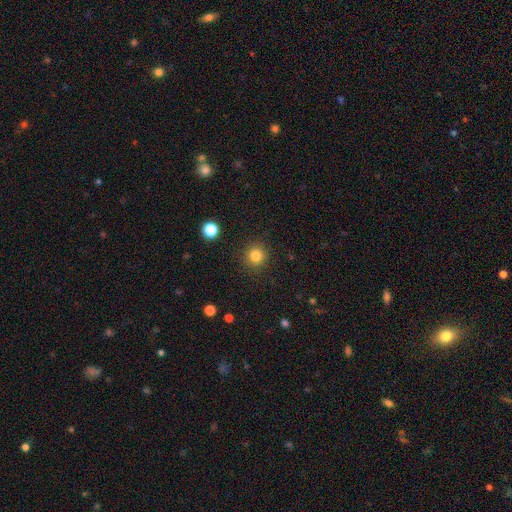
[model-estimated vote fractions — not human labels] This is clearly a smooth galaxy (82%). How rounded: clearly round (93%). Merging: clearly none (90%).